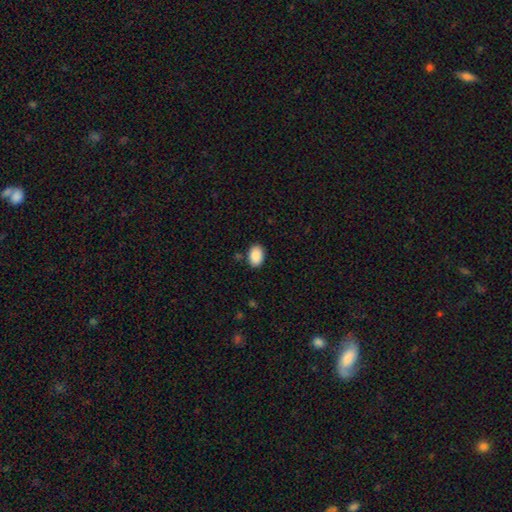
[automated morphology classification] smooth 90%, star or artifact 7%, featured or disk 3%. Down the decision tree: how rounded — in between (87%); merging — none (87%).